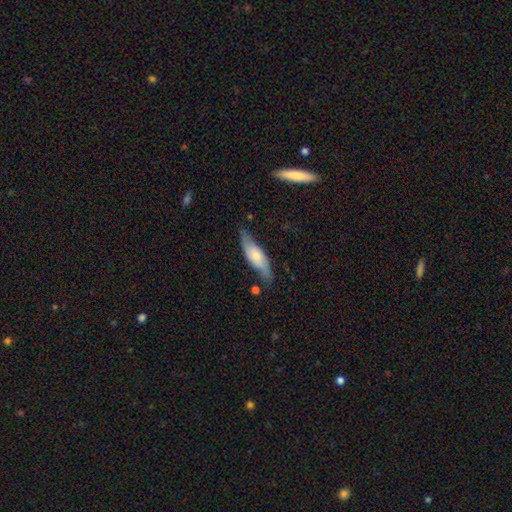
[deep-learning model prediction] Smooth or featured? smooth (55%)
How rounded? in between (53%)
Merging? none (67%)